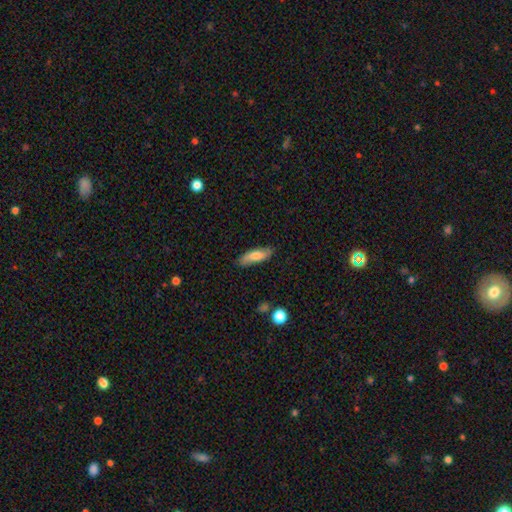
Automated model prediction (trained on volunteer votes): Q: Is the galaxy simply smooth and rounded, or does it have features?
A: smooth — 72%.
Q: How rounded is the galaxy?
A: in between — 50%.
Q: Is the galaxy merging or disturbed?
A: none — 82%.